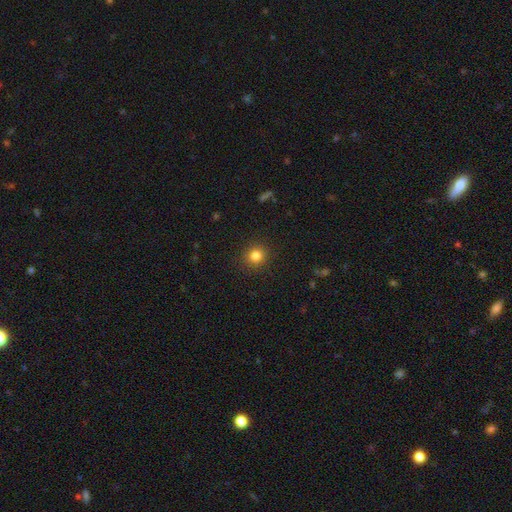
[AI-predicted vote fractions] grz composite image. It shows a smooth galaxy with no disk features (82%) that is round (89%). Merging: none (91%).